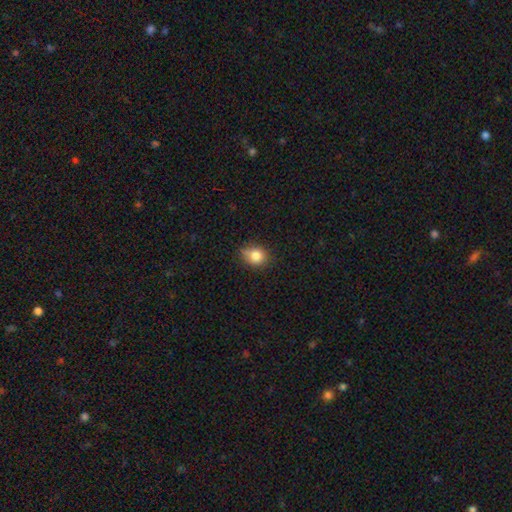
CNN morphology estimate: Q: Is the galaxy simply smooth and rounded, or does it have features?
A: smooth — 82%.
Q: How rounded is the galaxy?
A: round — 66%.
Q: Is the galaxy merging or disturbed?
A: none — 68%.